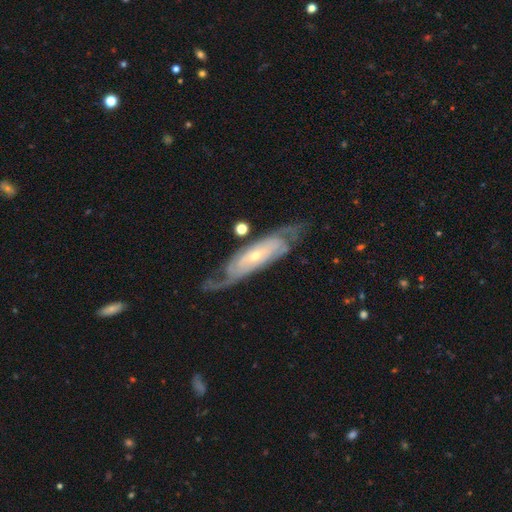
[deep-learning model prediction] smooth-or-featured: featured or disk: 86% | smooth: 9% | star or artifact: 5%
  disk-edge-on: no: 85% | yes: 15%
    bar: no: 54% | weak: 31% | strong: 15%
    has-spiral-arms: yes: 95% | no: 5%
      spiral-winding: tight: 56% | medium: 33% | loose: 11%
      spiral-arm-count: 2: 54% | can't tell: 26% | 3: 9% | 4: 4% | 1: 4% | more than 4: 3%
    bulge-size: small: 67% | moderate: 29% | large: 2% | none: 1% | dominant: 1%
  merging: none: 68% | minor disturbance: 18% | major disturbance: 11% | merger: 3%